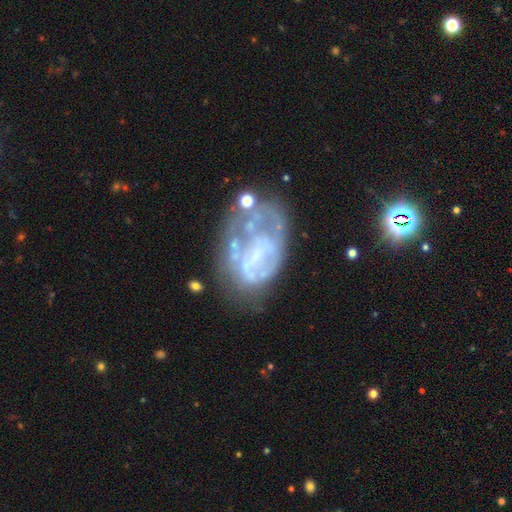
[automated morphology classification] type=featured or disk (68%); edge-on=no (97%); bar=no (75%); spiral arms=no (76%); bulge=none (63%); merging=none (37%).